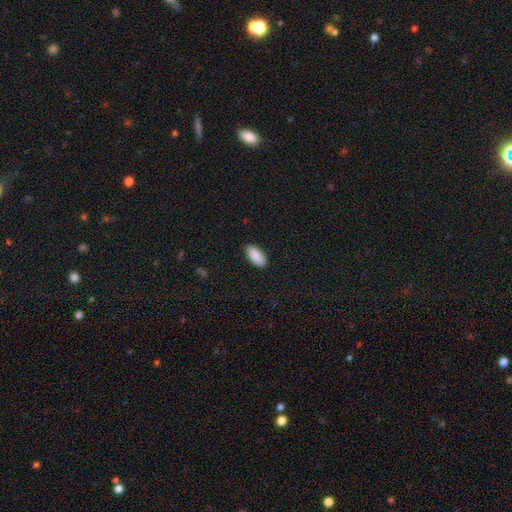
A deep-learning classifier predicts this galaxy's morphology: Smooth or featured? smooth (89%)
How rounded? in between (92%)
Merging? none (87%)